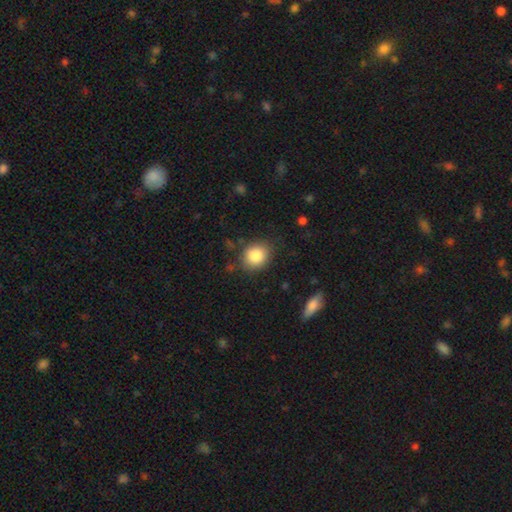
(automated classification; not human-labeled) smooth 85%, star or artifact 9%, featured or disk 6%. Down the decision tree: how rounded — round (69%); merging — none (82%).